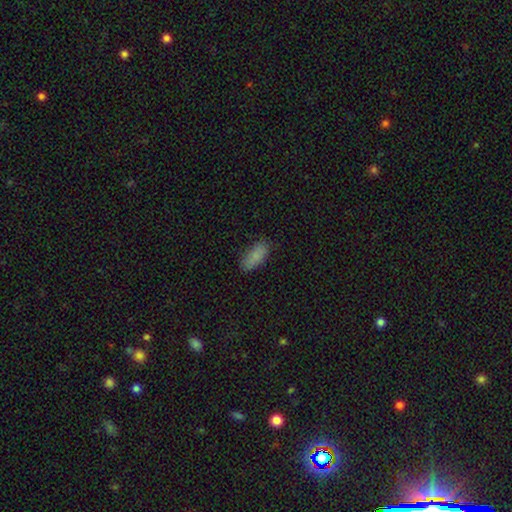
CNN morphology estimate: This appears to be a smooth galaxy with no disk features (85%) that is in between round and cigar-shaped (85%). Merging: none (79%).